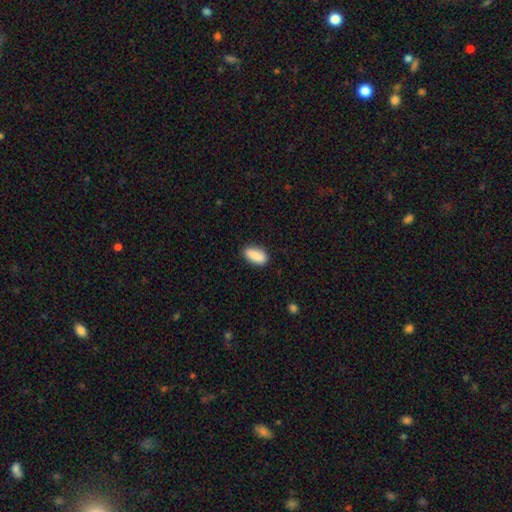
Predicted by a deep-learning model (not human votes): A smooth galaxy with no disk features (86%) that is in between round and cigar-shaped (88%).

Vote fractions:
- Smooth or featured? smooth: 86% / featured or disk: 7% / star or artifact: 7%
- How rounded? in between: 88% / cigar-shaped: 8% / round: 4%
- Merging? none: 82% / minor disturbance: 14% / major disturbance: 3% / merger: 1%